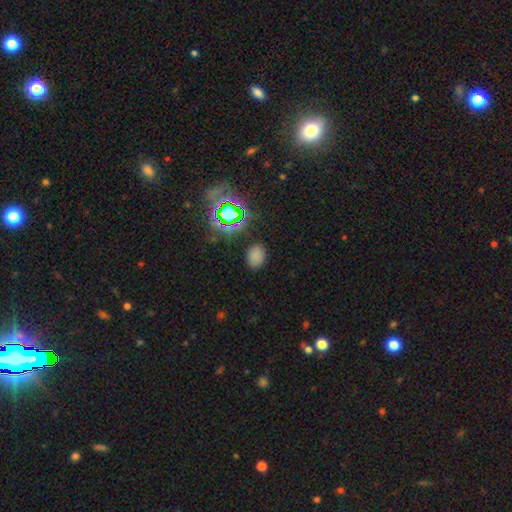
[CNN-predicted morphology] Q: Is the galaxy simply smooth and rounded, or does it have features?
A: smooth — 72%.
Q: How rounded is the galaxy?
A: in between — 67%.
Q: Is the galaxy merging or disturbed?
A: none — 83%.